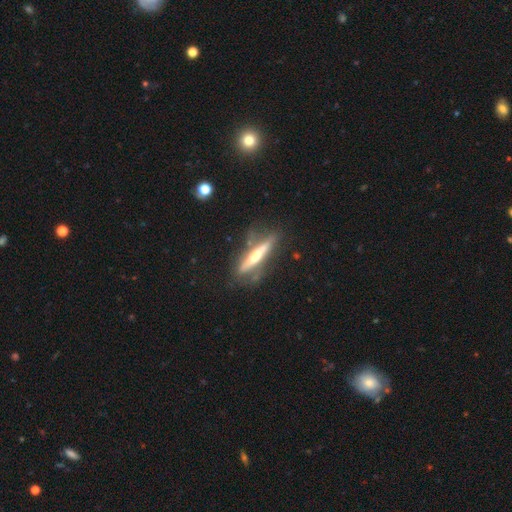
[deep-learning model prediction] A featured or disk galaxy (66%) viewed edge-on (90%) with a rounded central bulge (76%). Merging: none (66%).